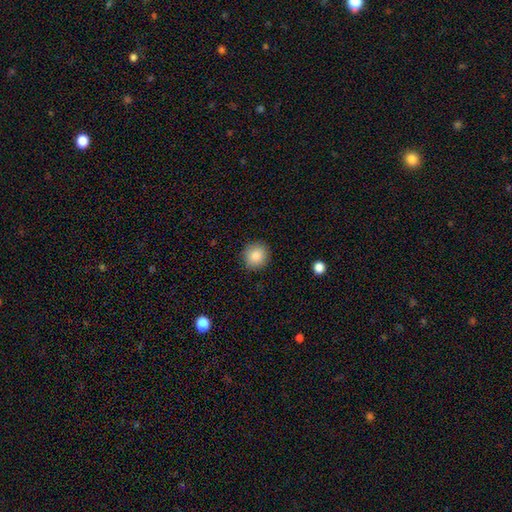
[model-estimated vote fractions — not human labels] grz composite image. It shows a smooth galaxy with no disk features (85%) that is round (91%). Merging: none (90%).